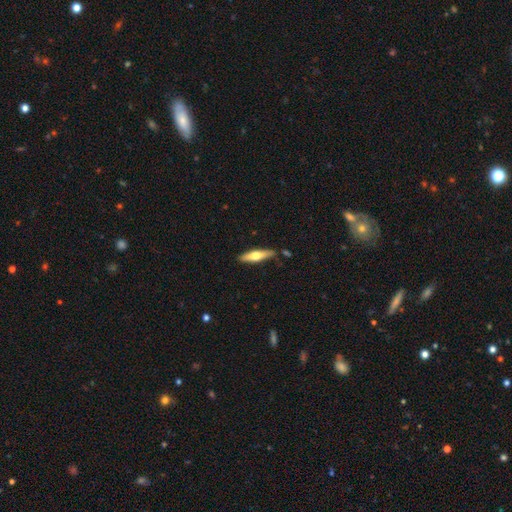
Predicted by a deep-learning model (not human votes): The model was most divided on "smooth or featured": smooth: 53%, featured or disk: 42%, star or artifact: 5%. More confident: merging — none (82%); how rounded — cigar-shaped (72%).